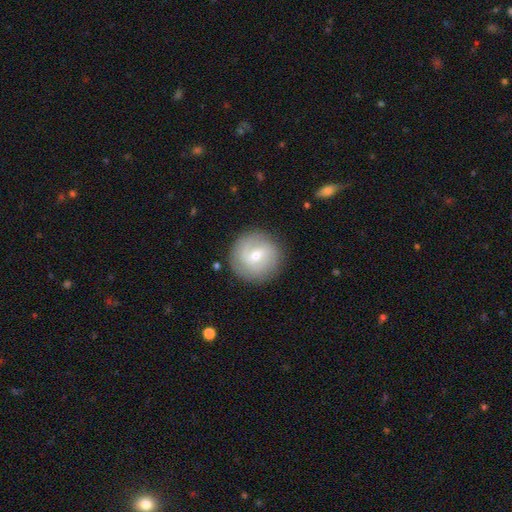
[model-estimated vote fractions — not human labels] smooth-or-featured: featured or disk: 65% | smooth: 29% | star or artifact: 6%
  disk-edge-on: no: 97% | yes: 3%
    bar: weak: 55% | no: 32% | strong: 13%
    has-spiral-arms: yes: 86% | no: 14%
      spiral-winding: tight: 47% | medium: 37% | loose: 15%
      spiral-arm-count: 2: 54% | can't tell: 24% | 3: 11% | 1: 4% | 4: 4% | more than 4: 3%
    bulge-size: small: 59% | moderate: 38% | large: 2% | none: 1% | dominant: 1%
  merging: none: 86% | minor disturbance: 9% | major disturbance: 3% | merger: 1%